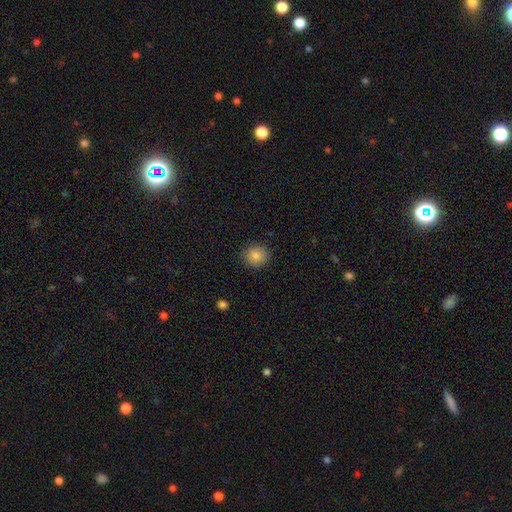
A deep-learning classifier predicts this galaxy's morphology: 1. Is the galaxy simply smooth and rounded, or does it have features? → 84% smooth, 10% star or artifact, 6% featured or disk.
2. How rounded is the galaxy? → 85% round, 14% in between, 1% cigar-shaped.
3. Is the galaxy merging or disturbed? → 88% none, 9% minor disturbance, 2% major disturbance, 1% merger.